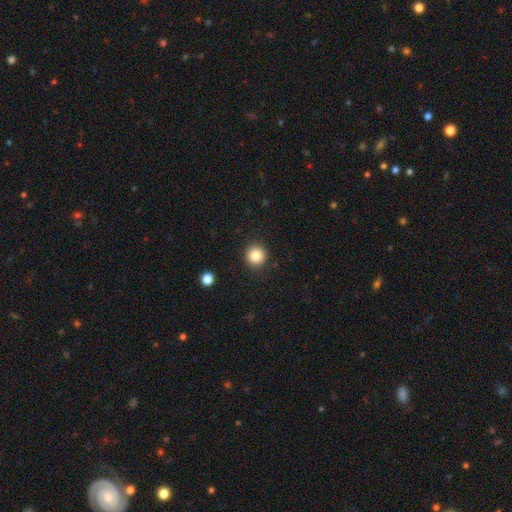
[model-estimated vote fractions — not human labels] smooth_or_featured: smooth (p=0.84) [alt: star or artifact p=0.10]
how_rounded: round (p=0.94) [alt: in between p=0.06]
merging: none (p=0.91) [alt: minor disturbance p=0.06]